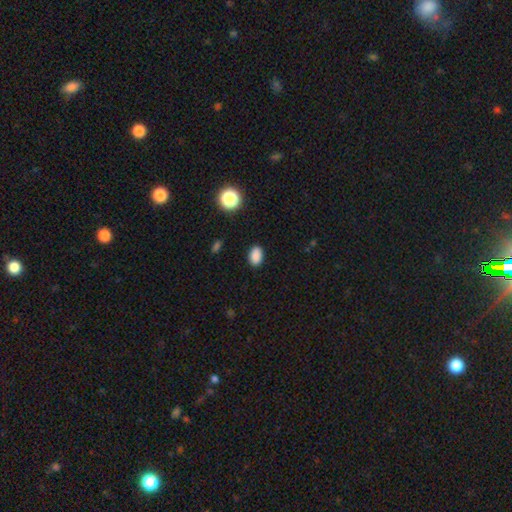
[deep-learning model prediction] Smooth or featured? Predicted: smooth (p=0.87). How rounded? Predicted: in between (p=0.86). Merging? Predicted: none (p=0.88).